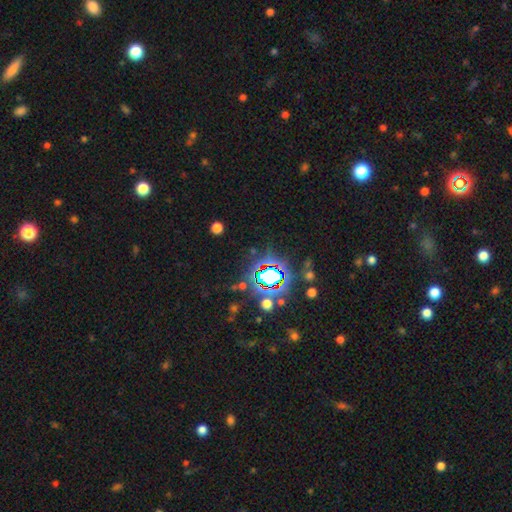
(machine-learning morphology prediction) smooth-or-featured: star or artifact: 80% | smooth: 12% | featured or disk: 8%